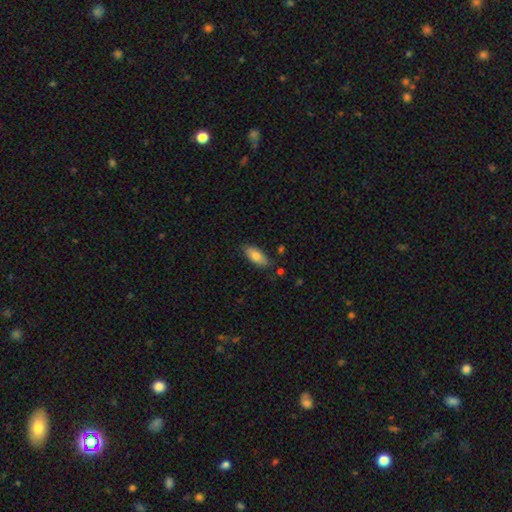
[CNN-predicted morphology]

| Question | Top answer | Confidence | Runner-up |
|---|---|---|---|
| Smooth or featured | smooth | 79% | featured or disk (14%) |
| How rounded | in between | 87% | cigar-shaped (10%) |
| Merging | none | 78% | minor disturbance (16%) |